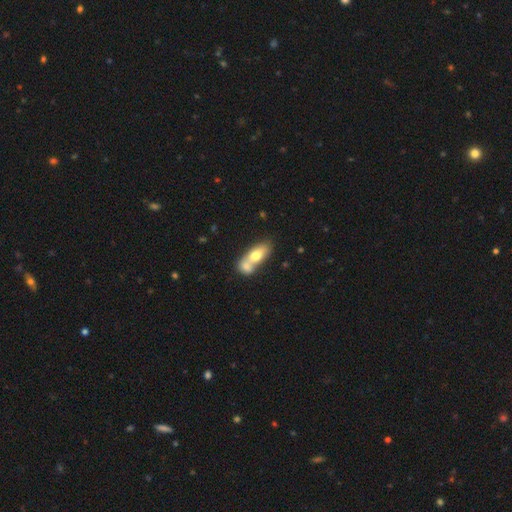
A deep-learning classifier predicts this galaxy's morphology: Q: Smooth or featured?
A: smooth (67%); runner-up: featured or disk (26%)
Q: How rounded?
A: in between (75%); runner-up: cigar-shaped (16%)
Q: Merging?
A: merger (68%); runner-up: none (21%)